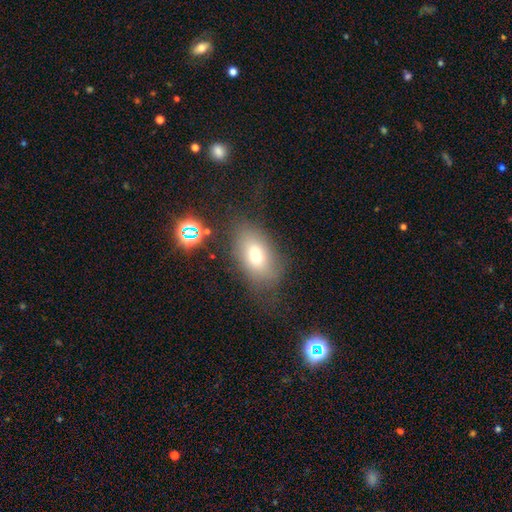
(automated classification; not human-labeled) smooth_or_featured: smooth (p=0.69) [alt: featured or disk p=0.17]
how_rounded: in between (p=0.85) [alt: round p=0.12]
merging: none (p=0.67) [alt: minor disturbance p=0.19]